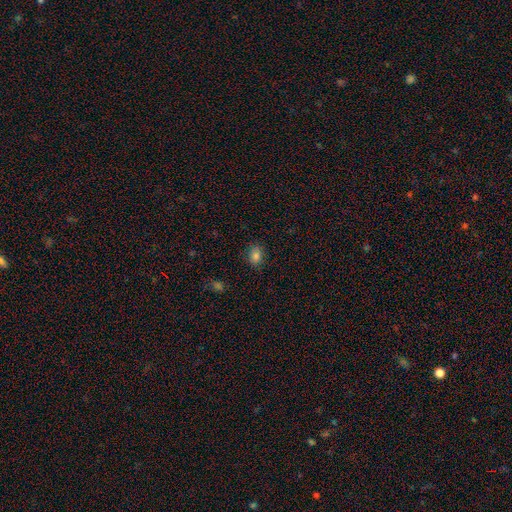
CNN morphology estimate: A smooth galaxy with no disk features (81%) that is in between round and cigar-shaped (69%). Merging: none (84%).